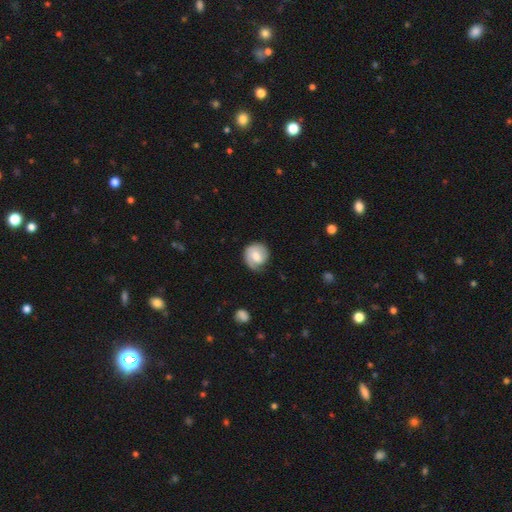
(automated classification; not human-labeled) Morphology: type=featured or disk (50%); edge-on=no (97%); merging=none (65%).